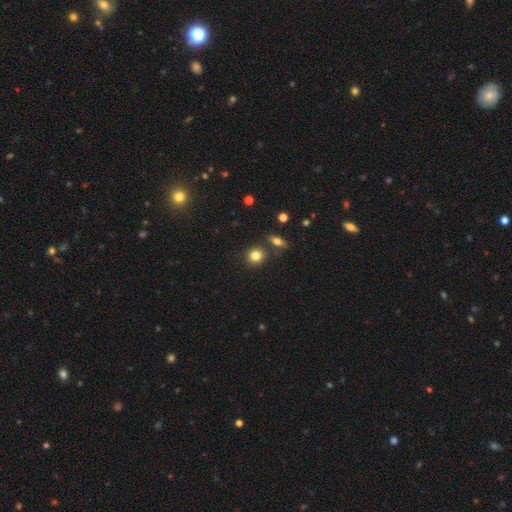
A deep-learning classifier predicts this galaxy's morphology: smooth 81%, star or artifact 11%, featured or disk 8%. Down the decision tree: how rounded — round (86%); merging — none (80%).